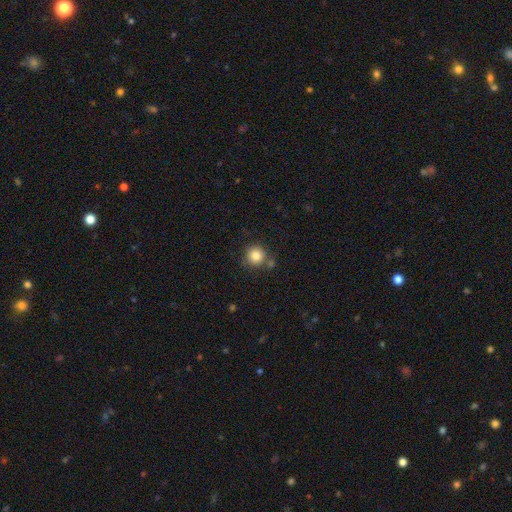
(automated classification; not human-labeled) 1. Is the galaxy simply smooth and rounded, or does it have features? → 83% smooth, 11% star or artifact, 6% featured or disk.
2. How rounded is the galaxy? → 94% round, 5% in between, 1% cigar-shaped.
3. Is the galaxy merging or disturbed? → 75% none, 11% merger, 11% minor disturbance, 3% major disturbance.